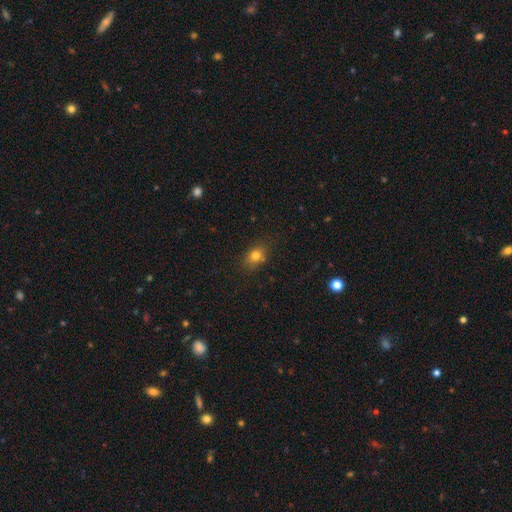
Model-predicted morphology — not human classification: A smooth galaxy with no disk features (78%) that is in between round and cigar-shaped (59%). Merging: none (79%).